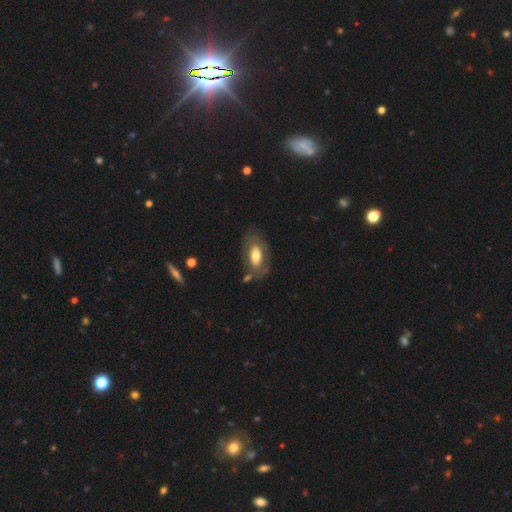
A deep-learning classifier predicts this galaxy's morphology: This is possibly a smooth galaxy (54%). How rounded: clearly in between (90%). Merging: likely none (66%).